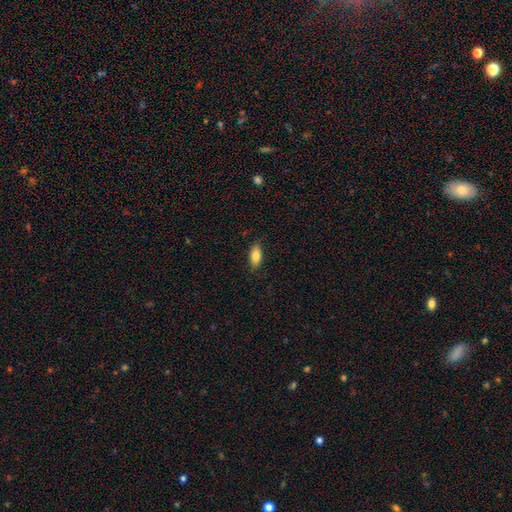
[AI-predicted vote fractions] This appears to be a smooth galaxy with no disk features (82%) that is in between round and cigar-shaped (88%). Merging: none (84%).